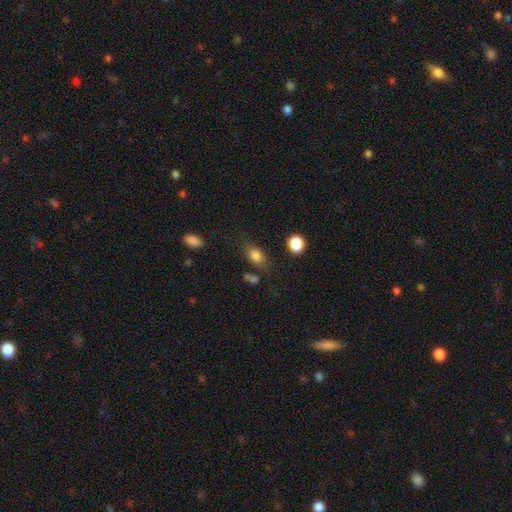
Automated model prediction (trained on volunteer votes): Smooth or featured? Predicted: smooth (p=0.82). How rounded? Predicted: in between (p=0.76). Merging? Predicted: none (p=0.67).